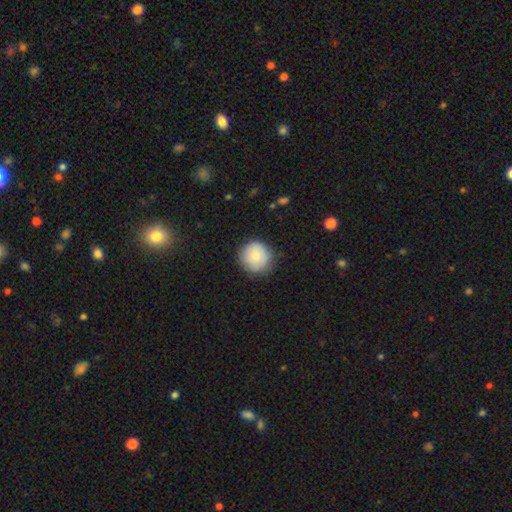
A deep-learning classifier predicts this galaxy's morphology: This is likely a smooth galaxy (78%). How rounded: clearly round (94%). Merging: clearly none (86%).